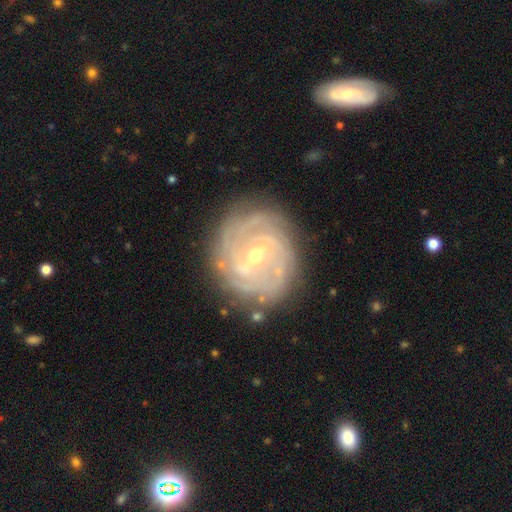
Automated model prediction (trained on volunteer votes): Smooth or featured? featured or disk (87%)
Edge-on disk? no (97%)
Bar? weak (53%)
Spiral arms? yes (95%)
Spiral winding? tight (73%)
Spiral arm count? can't tell (32%)
Bulge size? small (52%)
Merging? none (81%)